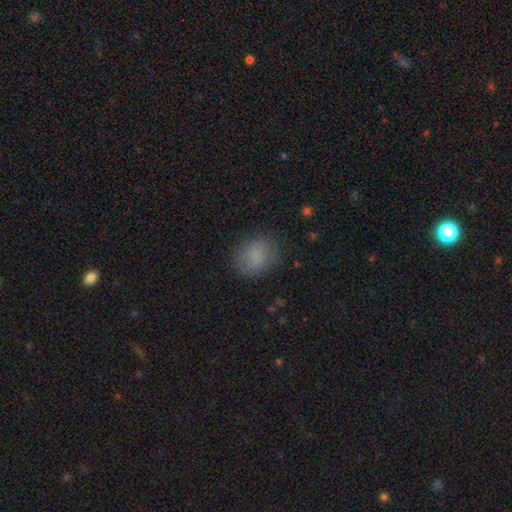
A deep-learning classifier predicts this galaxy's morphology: The model was most divided on "how rounded": round: 55%, in between: 44%, cigar-shaped: 1%. More confident: smooth or featured — smooth (83%); merging — none (81%).